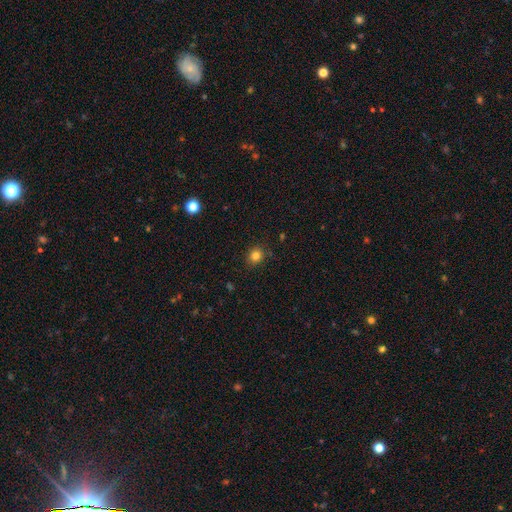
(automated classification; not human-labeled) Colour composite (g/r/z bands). It shows a smooth galaxy with no disk features (82%) that is round (76%). Merging: none (87%).